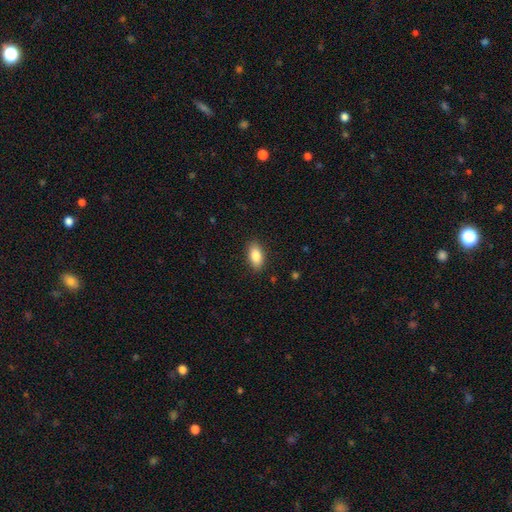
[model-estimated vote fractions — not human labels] smooth 87%, star or artifact 7%, featured or disk 6%. Down the decision tree: how rounded — in between (91%); merging — none (88%).